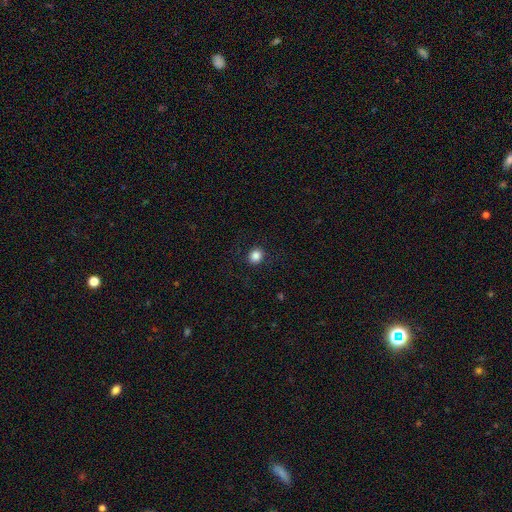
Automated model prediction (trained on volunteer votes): Q: Smooth or featured?
A: smooth (85%); runner-up: star or artifact (11%)
Q: How rounded?
A: round (82%); runner-up: in between (17%)
Q: Merging?
A: none (90%); runner-up: minor disturbance (7%)